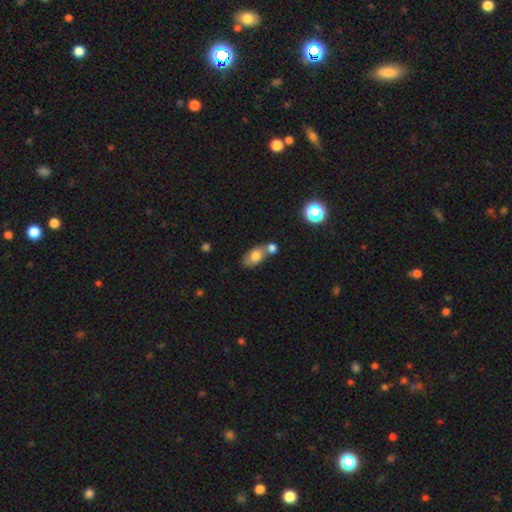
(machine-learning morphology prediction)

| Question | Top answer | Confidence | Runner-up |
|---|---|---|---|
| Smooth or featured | smooth | 71% | featured or disk (19%) |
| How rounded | in between | 82% | round (15%) |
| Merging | merger | 47% | none (36%) |